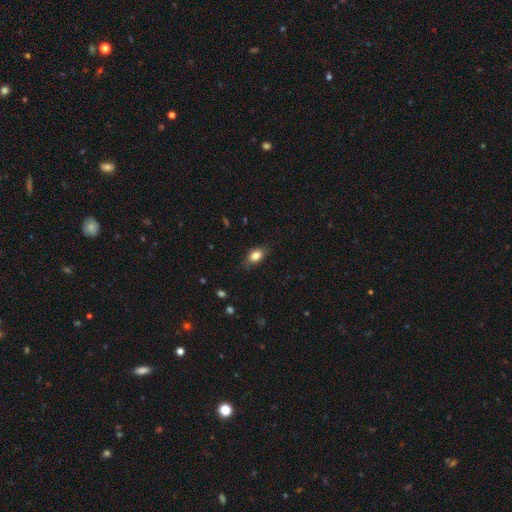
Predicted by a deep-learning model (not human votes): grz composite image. It shows a smooth galaxy with no disk features (83%) that is in between round and cigar-shaped (85%). Merging: none (79%).